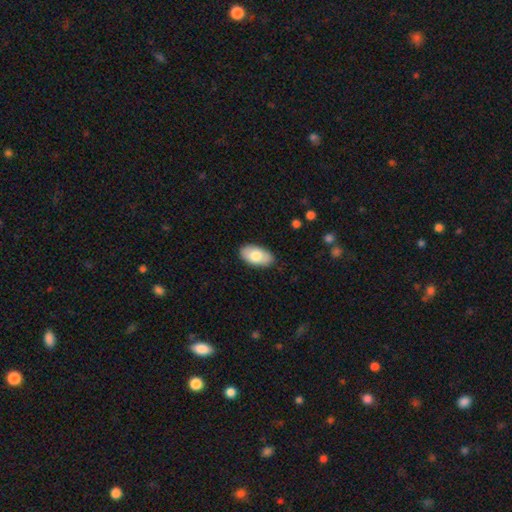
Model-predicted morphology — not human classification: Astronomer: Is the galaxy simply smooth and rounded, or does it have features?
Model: smooth — 75%.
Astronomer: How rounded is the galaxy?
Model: in between — 95%.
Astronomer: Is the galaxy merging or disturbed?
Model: none — 86%.